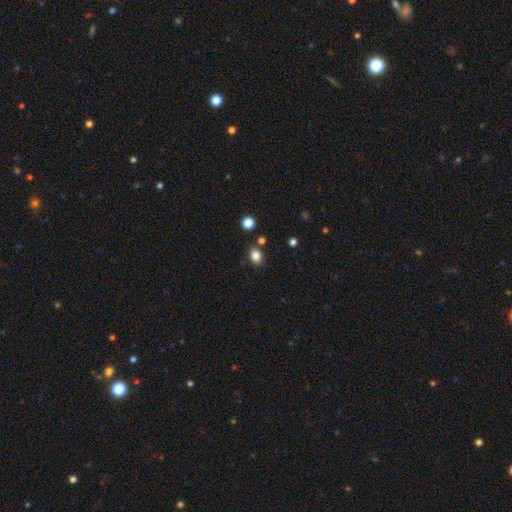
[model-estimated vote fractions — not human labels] Smooth or featured? Predicted: smooth (p=0.83). How rounded? Predicted: in between (p=0.59). Merging? Predicted: none (p=0.81).